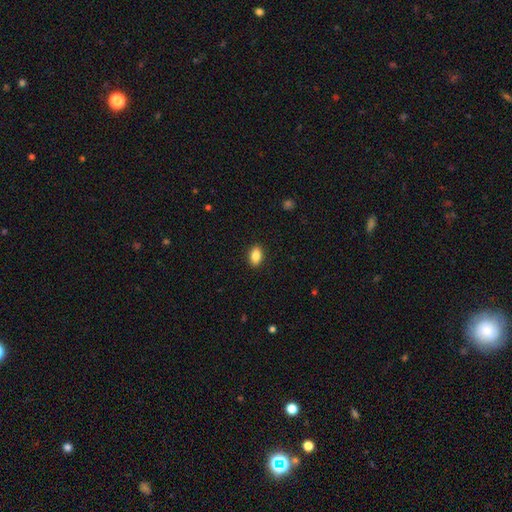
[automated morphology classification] This appears to be a smooth galaxy with no disk features (87%) that is in between round and cigar-shaped (87%). Merging: none (90%).